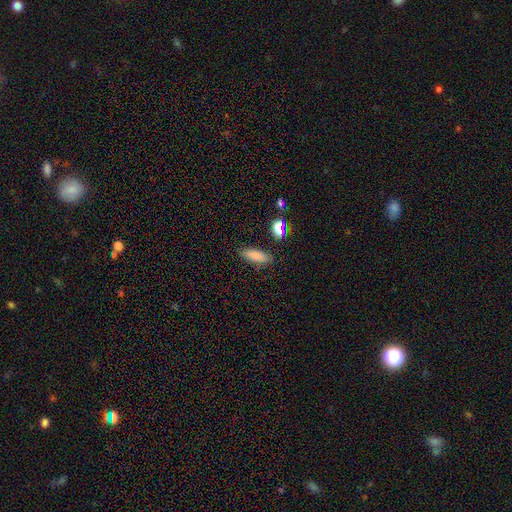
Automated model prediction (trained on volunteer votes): Overall: smooth (81%). How rounded: in between (62%; cigar-shaped 35%). Merging: none (82%).